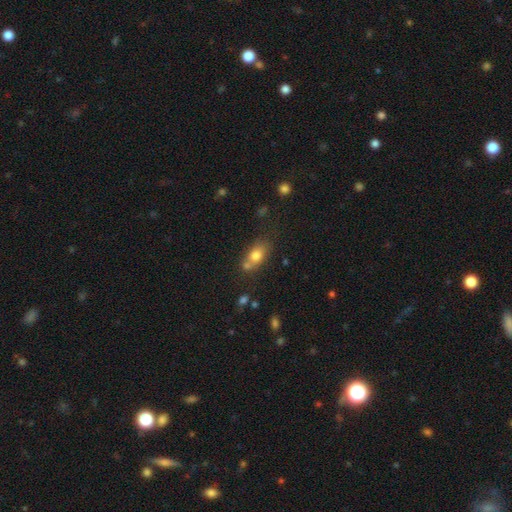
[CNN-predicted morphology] This is likely a smooth galaxy (76%). How rounded: likely in between (72%). Merging: possibly none (48%).